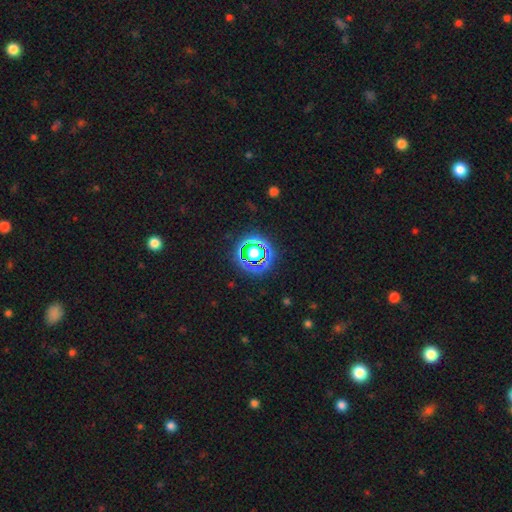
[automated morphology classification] This is possibly a star or artifact rather than a galaxy (56%).